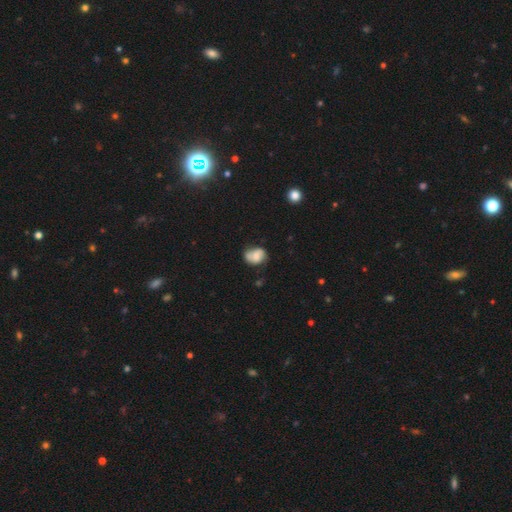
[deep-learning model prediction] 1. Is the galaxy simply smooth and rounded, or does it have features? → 57% smooth, 35% featured or disk, 9% star or artifact.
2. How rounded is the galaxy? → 63% in between, 35% round, 1% cigar-shaped.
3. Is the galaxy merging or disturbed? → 51% none, 31% minor disturbance, 9% major disturbance, 9% merger.